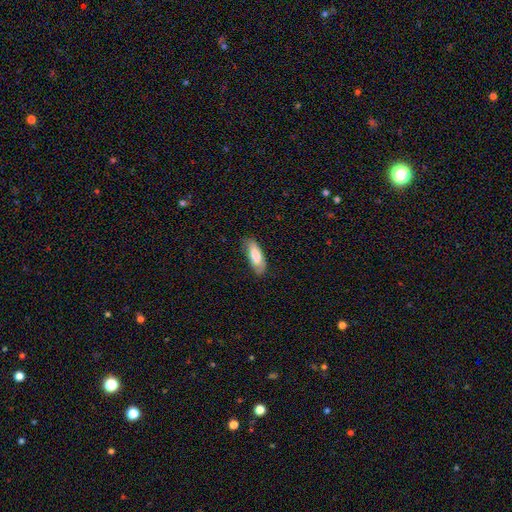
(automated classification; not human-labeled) Q: Smooth or featured?
A: smooth (75%); runner-up: featured or disk (19%)
Q: How rounded?
A: in between (71%); runner-up: cigar-shaped (27%)
Q: Merging?
A: none (69%); runner-up: minor disturbance (24%)